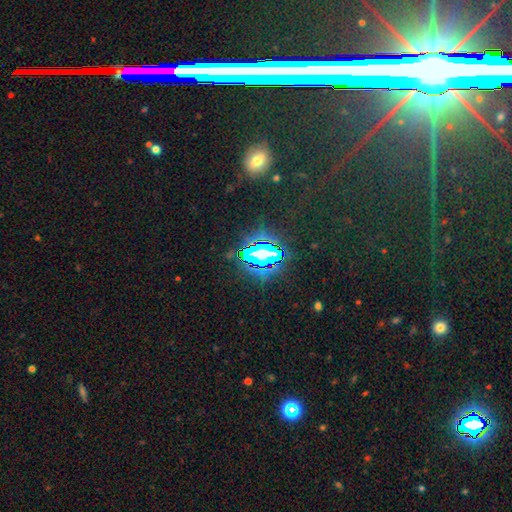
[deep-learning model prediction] A star or artifact, not a galaxy (79%).